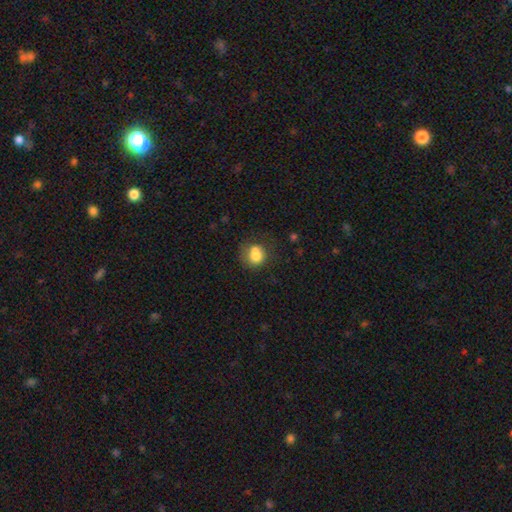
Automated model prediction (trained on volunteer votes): smooth_or_featured: smooth (p=0.75) [alt: featured or disk p=0.15]
how_rounded: round (p=0.66) [alt: in between p=0.33]
merging: none (p=0.45) [alt: merger p=0.23]